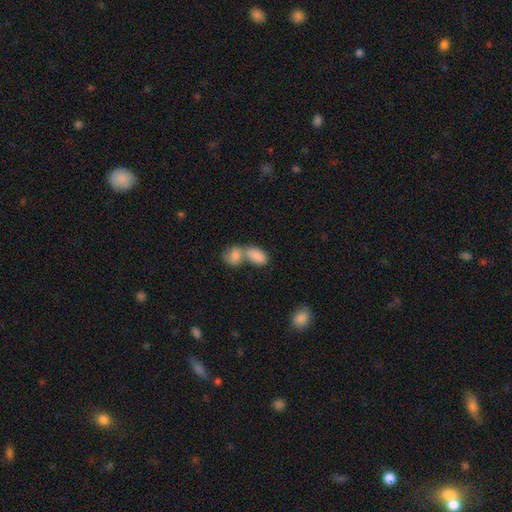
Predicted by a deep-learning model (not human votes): smooth-or-featured: smooth: 84% | featured or disk: 9% | star or artifact: 7%
  how-rounded: in between: 90% | round: 7% | cigar-shaped: 3%
  merging: merger: 67% | none: 22% | minor disturbance: 7% | major disturbance: 4%